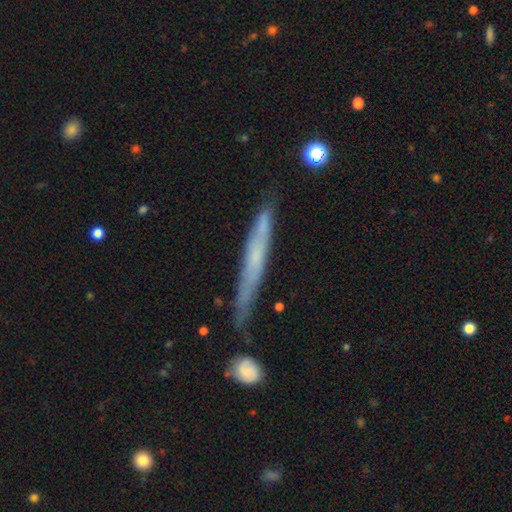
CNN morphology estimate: A featured or disk galaxy (50%).

Vote fractions:
- Smooth or featured? featured or disk: 50% / smooth: 44% / star or artifact: 7%
- Merging? none: 70% / minor disturbance: 21% / merger: 5% / major disturbance: 5%